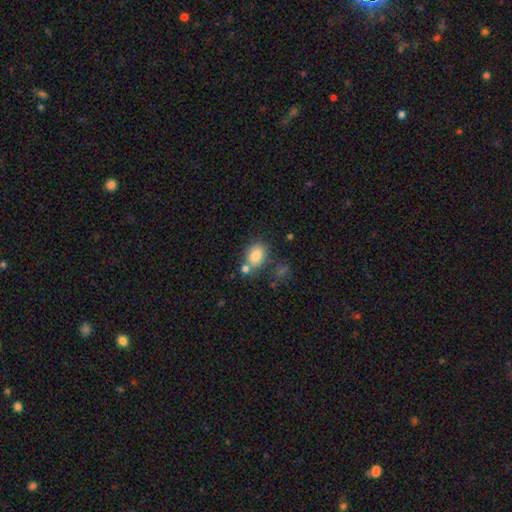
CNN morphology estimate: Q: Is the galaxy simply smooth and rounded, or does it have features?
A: smooth — 83%.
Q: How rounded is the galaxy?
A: in between — 61%.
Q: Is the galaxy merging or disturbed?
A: none — 60%.